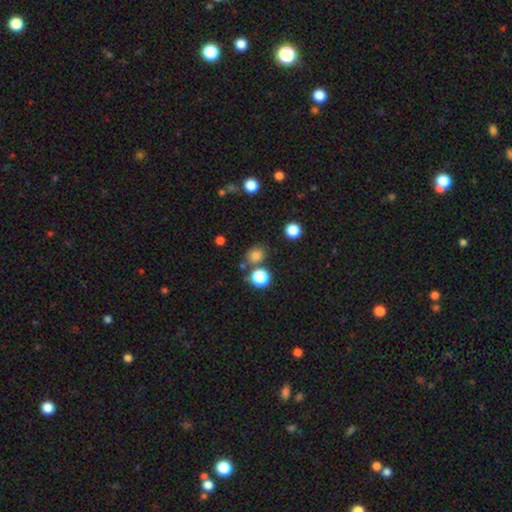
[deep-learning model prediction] smooth 77%, star or artifact 17%, featured or disk 5%. Down the decision tree: how rounded — round (74%); merging — none (75%).